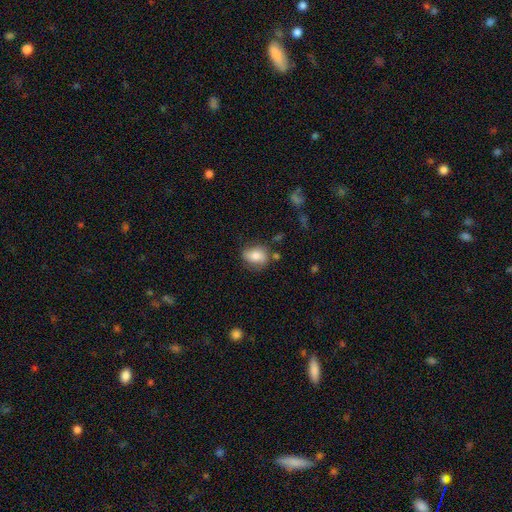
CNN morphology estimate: A smooth galaxy with no disk features (75%) that is in between round and cigar-shaped (67%).

Vote fractions:
- Smooth or featured? smooth: 75% / featured or disk: 17% / star or artifact: 8%
- How rounded? in between: 67% / round: 31% / cigar-shaped: 2%
- Merging? none: 66% / minor disturbance: 23% / major disturbance: 7% / merger: 4%